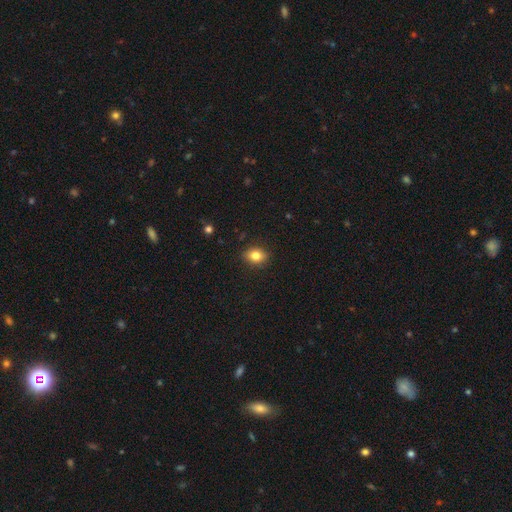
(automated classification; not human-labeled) Smooth or featured? Predicted: smooth (p=0.84). How rounded? Predicted: in between (p=0.63). Merging? Predicted: none (p=0.88).